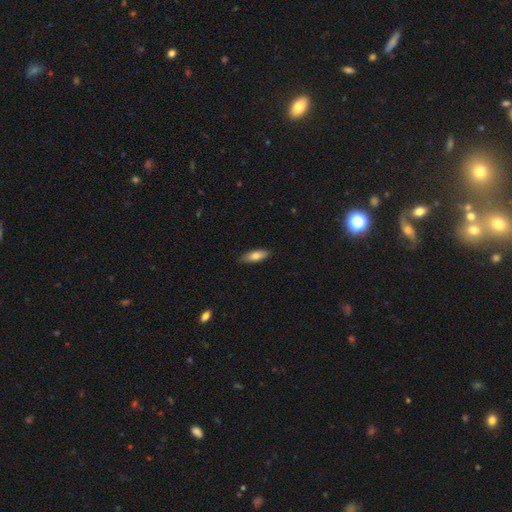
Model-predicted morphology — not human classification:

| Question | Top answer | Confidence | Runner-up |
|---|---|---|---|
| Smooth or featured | smooth | 79% | featured or disk (15%) |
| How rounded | in between | 68% | cigar-shaped (30%) |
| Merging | none | 83% | minor disturbance (14%) |